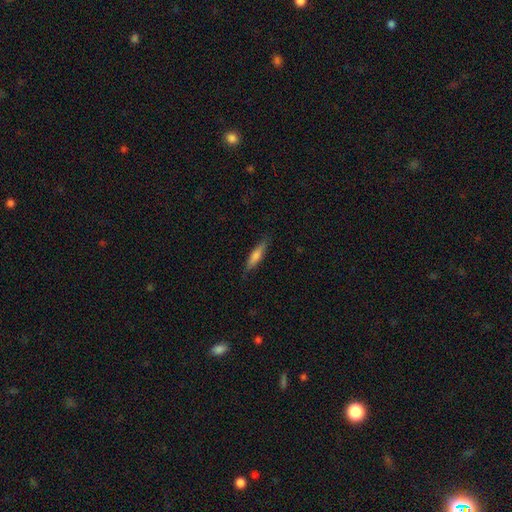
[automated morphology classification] This is likely a smooth galaxy (69%). How rounded: likely cigar-shaped (79%). Merging: clearly none (84%).